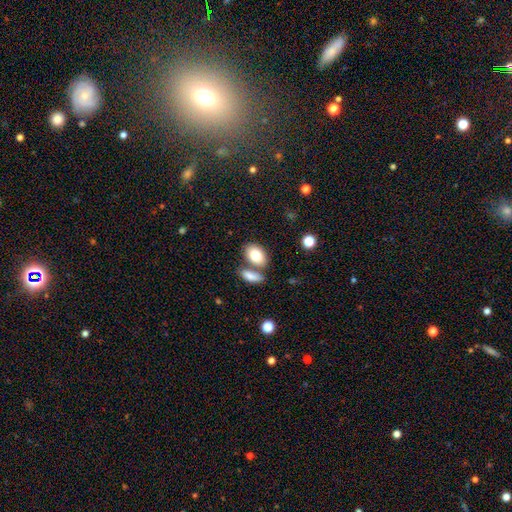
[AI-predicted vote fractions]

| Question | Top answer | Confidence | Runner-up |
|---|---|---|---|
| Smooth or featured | smooth | 80% | featured or disk (13%) |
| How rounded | in between | 87% | round (11%) |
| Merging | none | 57% | merger (29%) |